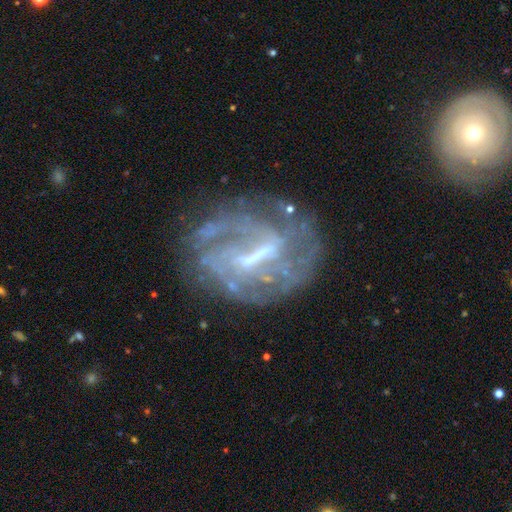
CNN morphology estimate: featured or disk 83%, smooth 8%, star or artifact 8%. Down the decision tree: edge-on disk — no (96%); bar — strong (52%); spiral arms — yes (78%); spiral arm count — can't tell (47%); spiral winding — tight (50%); bulge size — small (38%); merging — none (61%).